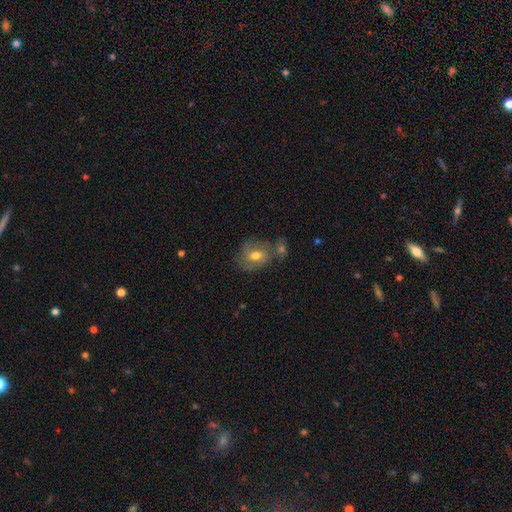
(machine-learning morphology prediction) The model was most divided on "how rounded": round: 54%, in between: 44%, cigar-shaped: 1%. More confident: smooth or featured — smooth (59%); merging — none (50%).